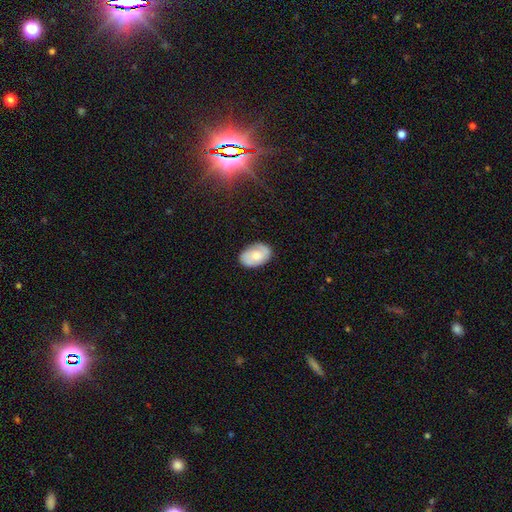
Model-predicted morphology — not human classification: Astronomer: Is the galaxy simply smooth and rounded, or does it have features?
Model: smooth — 62%.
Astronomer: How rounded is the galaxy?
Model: in between — 89%.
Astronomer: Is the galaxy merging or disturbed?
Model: none — 81%.